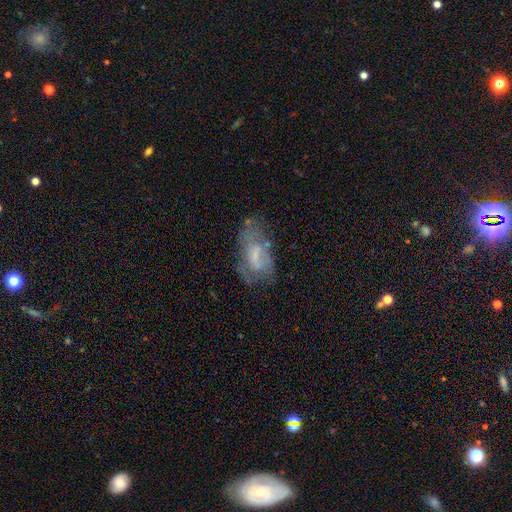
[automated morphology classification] A featured or disk galaxy (51%).

Vote fractions:
- Smooth or featured? featured or disk: 51% / smooth: 38% / star or artifact: 10%
- Edge-on disk? no: 94% / yes: 6%
- Merging? none: 43% / minor disturbance: 26% / major disturbance: 25% / merger: 5%